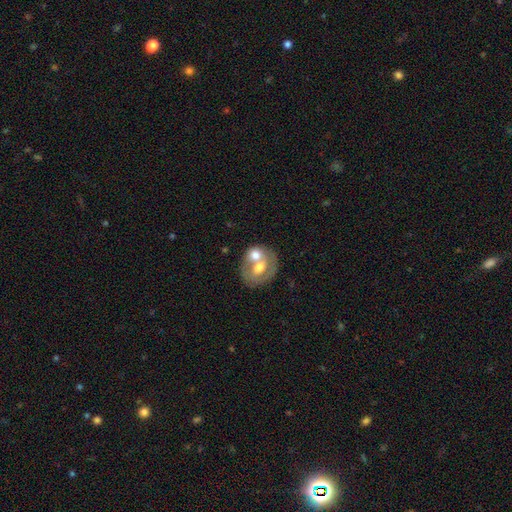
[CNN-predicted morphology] Smooth or featured? smooth (48%)
Merging? merger (51%)